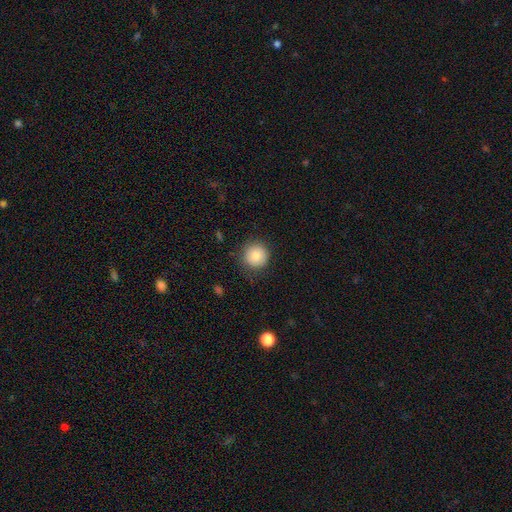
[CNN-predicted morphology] A smooth galaxy with no disk features (84%) that is round (94%). Merging: none (84%).